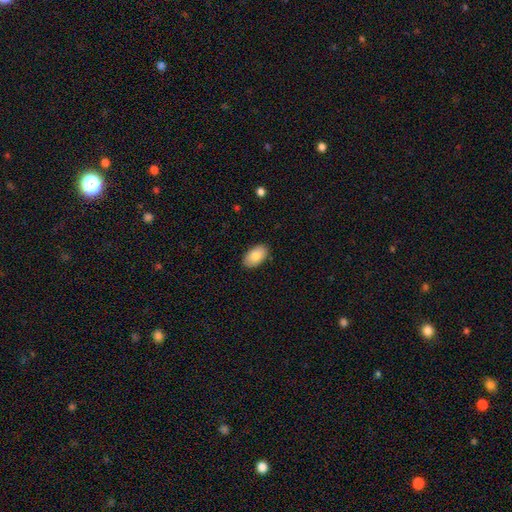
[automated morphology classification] Smooth or featured?
  - smooth: 84% *
  - featured or disk: 9%
  - star or artifact: 6%
How rounded?
  - in between: 95% *
  - round: 4%
  - cigar-shaped: 1%
Merging?
  - none: 88% *
  - minor disturbance: 9%
  - major disturbance: 2%
  - merger: 1%